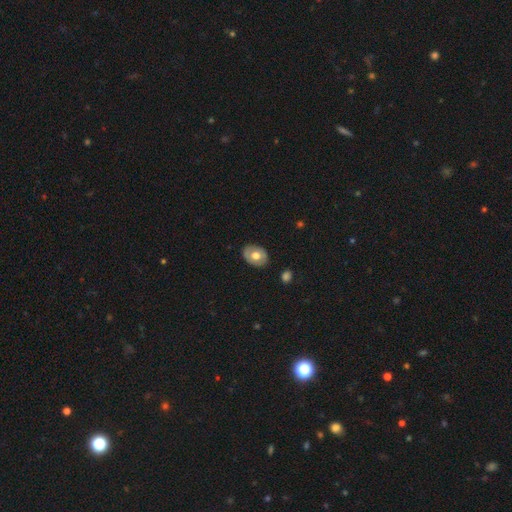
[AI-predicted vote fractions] Smooth or featured?
  - smooth: 59% *
  - featured or disk: 35%
  - star or artifact: 6%
How rounded?
  - in between: 72% *
  - round: 27%
  - cigar-shaped: 1%
Merging?
  - none: 85% *
  - minor disturbance: 11%
  - major disturbance: 3%
  - merger: 1%